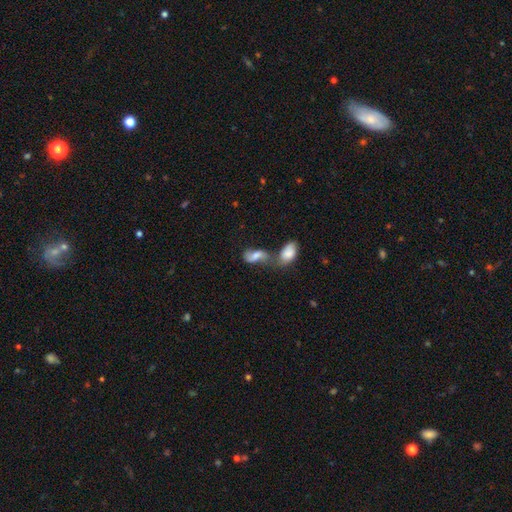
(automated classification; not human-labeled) Overall: smooth (58%; featured or disk 32%). How rounded: in between (88%). Merging: merger (56%; none 23%).